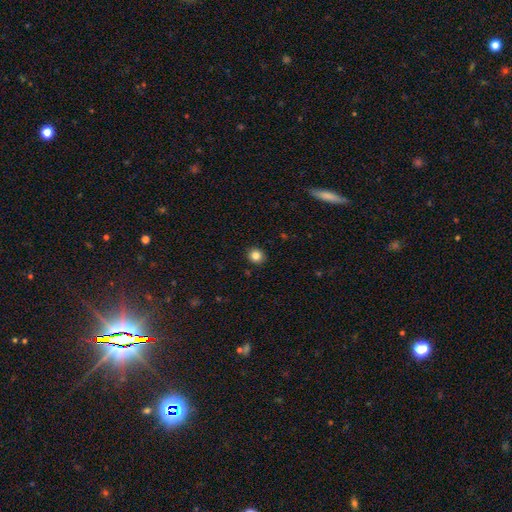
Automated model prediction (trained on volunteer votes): This is clearly a smooth galaxy (84%). How rounded: clearly round (85%). Merging: clearly none (91%).